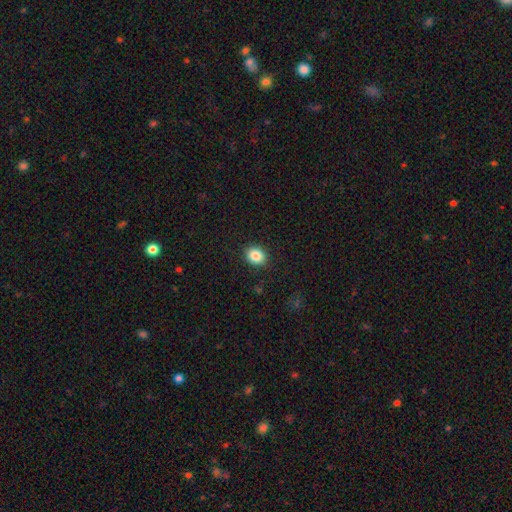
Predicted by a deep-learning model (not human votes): smooth_or_featured: smooth (p=0.86) [alt: star or artifact p=0.09]
how_rounded: round (p=0.58) [alt: in between p=0.42]
merging: none (p=0.89) [alt: minor disturbance p=0.07]